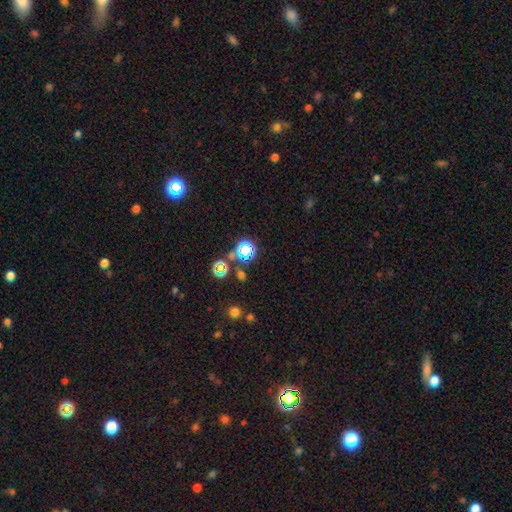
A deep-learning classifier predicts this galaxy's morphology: A star or artifact, not a galaxy (62%).

Vote fractions:
- Smooth or featured? star or artifact: 62% / smooth: 29% / featured or disk: 9%